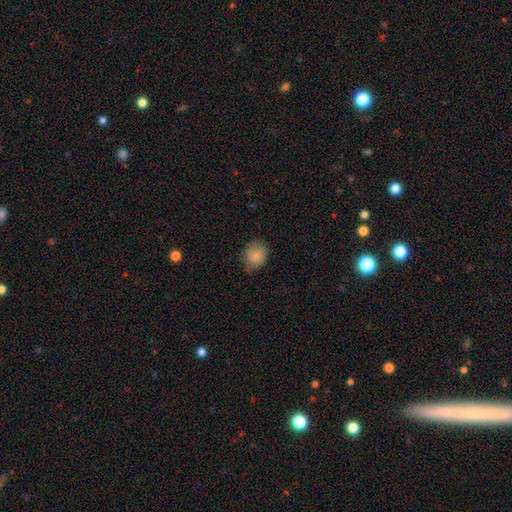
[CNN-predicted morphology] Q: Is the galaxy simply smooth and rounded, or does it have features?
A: smooth — 84%.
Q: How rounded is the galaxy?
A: round — 77%.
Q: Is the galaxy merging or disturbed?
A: none — 67%.